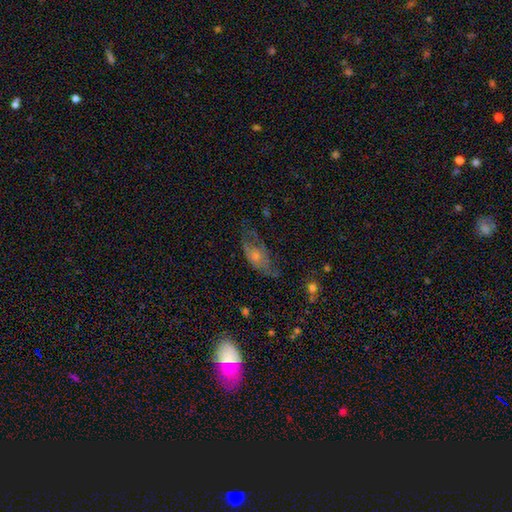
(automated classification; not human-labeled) Smooth or featured? featured or disk (53%)
Edge-on disk? no (86%)
Merging? none (48%)